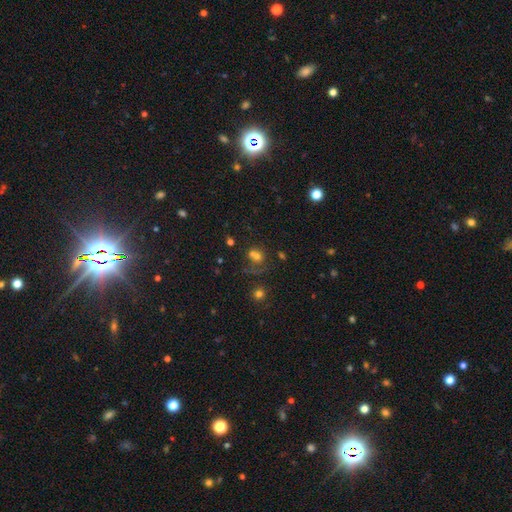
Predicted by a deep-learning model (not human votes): Morphology: type=smooth (60%); roundness=round (66%); merging=merger (44%).